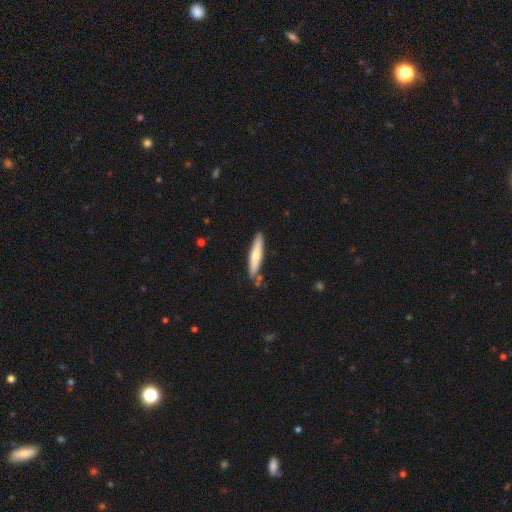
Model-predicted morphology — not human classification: type=smooth (62%); roundness=cigar-shaped (89%); merging=none (82%).